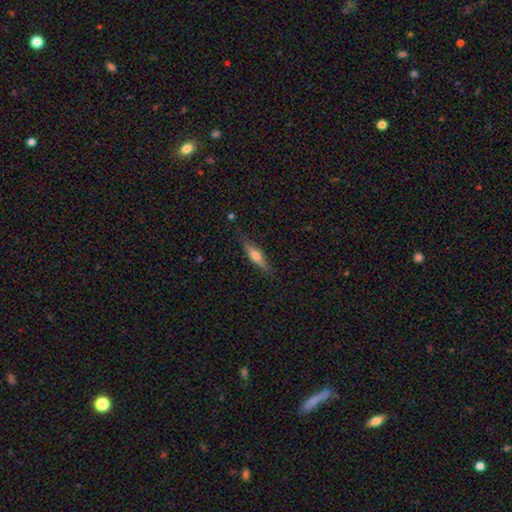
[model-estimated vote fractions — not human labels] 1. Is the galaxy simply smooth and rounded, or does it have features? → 47% smooth, 46% featured or disk, 7% star or artifact.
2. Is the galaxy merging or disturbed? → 83% none, 13% minor disturbance, 3% major disturbance, 1% merger.